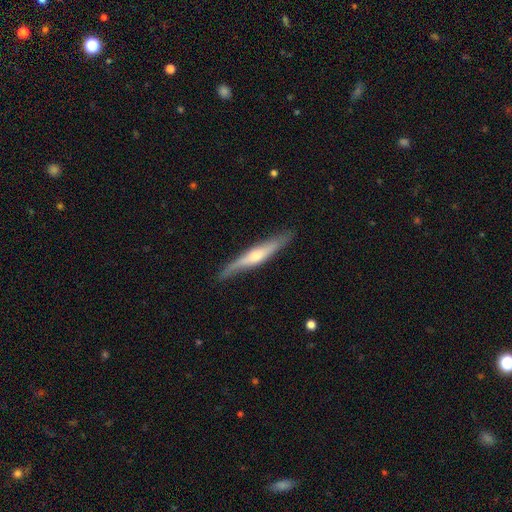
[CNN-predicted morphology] Smooth or featured: featured or disk — 62% (smooth — 33%)
Edge-on disk: yes — 91% (no — 9%)
Edge-on bulge: rounded — 80% (none — 12%)
Merging: none — 82% (minor disturbance — 14%)